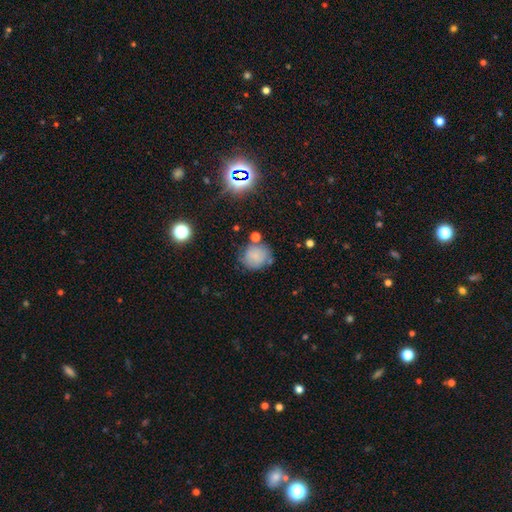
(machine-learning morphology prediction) A smooth galaxy with no disk features (75%) that is round (83%). Merging: none (64%).